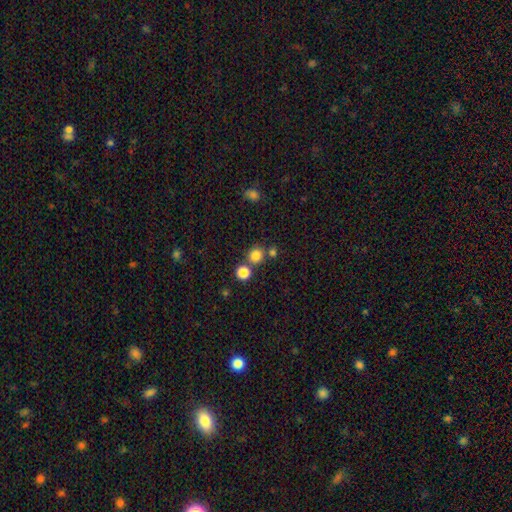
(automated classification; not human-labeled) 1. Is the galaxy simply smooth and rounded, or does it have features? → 80% smooth, 14% star or artifact, 5% featured or disk.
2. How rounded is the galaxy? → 90% round, 9% in between, 1% cigar-shaped.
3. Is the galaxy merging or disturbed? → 71% none, 19% merger, 7% minor disturbance, 3% major disturbance.